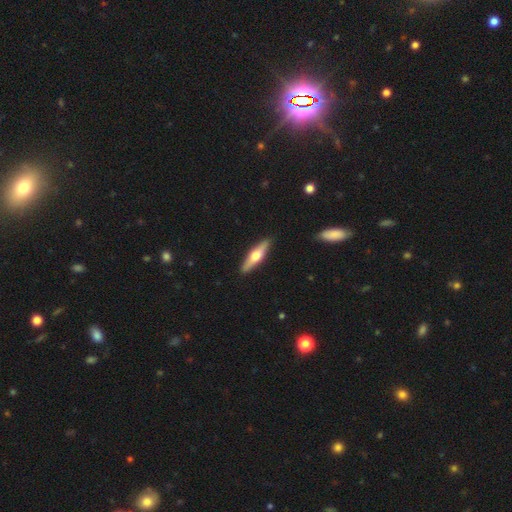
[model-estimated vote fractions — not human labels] A featured or disk galaxy (51%) viewed edge-on (92%). Merging: none (90%).